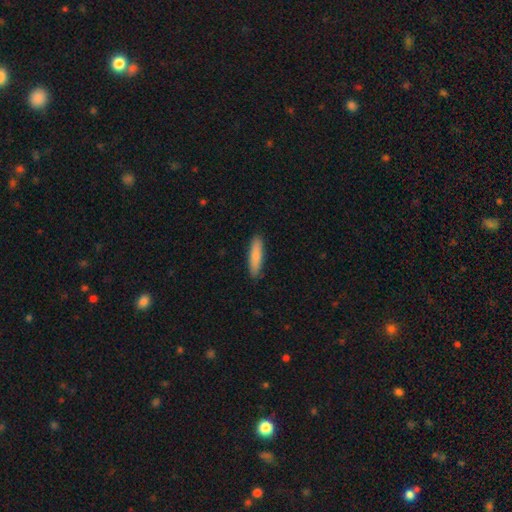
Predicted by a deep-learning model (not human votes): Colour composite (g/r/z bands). It shows a smooth galaxy with no disk features (83%) that is cigar-shaped (76%). Merging: none (89%).